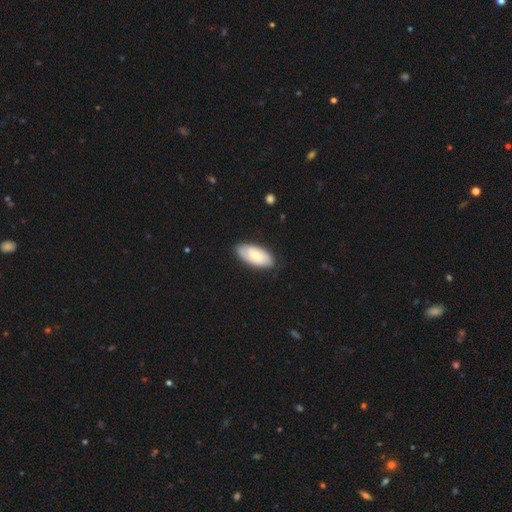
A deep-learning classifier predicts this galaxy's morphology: smooth-or-featured: smooth: 60% | featured or disk: 35% | star or artifact: 5%
  how-rounded: in between: 92% | cigar-shaped: 6% | round: 2%
  merging: none: 82% | minor disturbance: 14% | major disturbance: 3% | merger: 1%